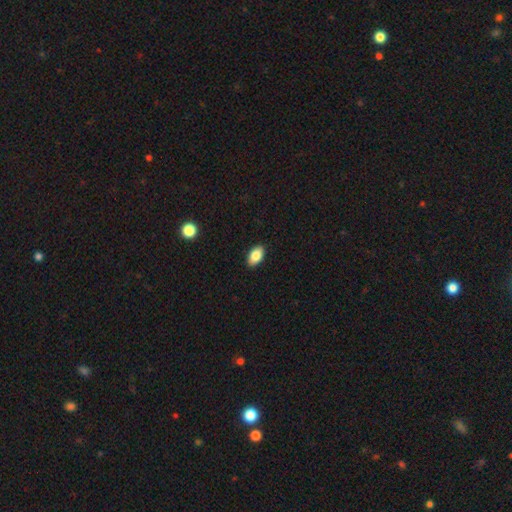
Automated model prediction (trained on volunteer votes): A smooth galaxy with no disk features (84%) that is in between round and cigar-shaped (92%). Merging: none (90%).